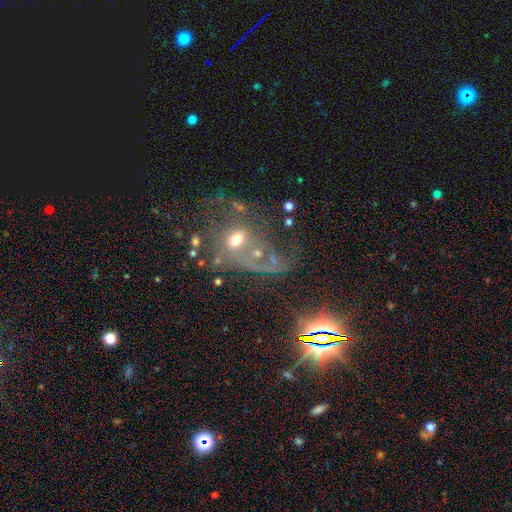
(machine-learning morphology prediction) This is marginally a featured or disk galaxy (43%). Merging: marginally major disturbance (34%).